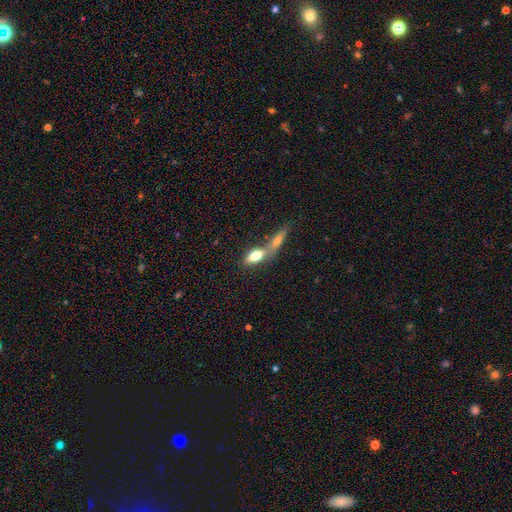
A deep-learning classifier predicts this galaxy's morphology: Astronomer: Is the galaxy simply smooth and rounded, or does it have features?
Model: smooth — 72%.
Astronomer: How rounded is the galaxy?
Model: in between — 75%.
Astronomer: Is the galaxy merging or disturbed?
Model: merger — 54% (runner-up: none, 33%).